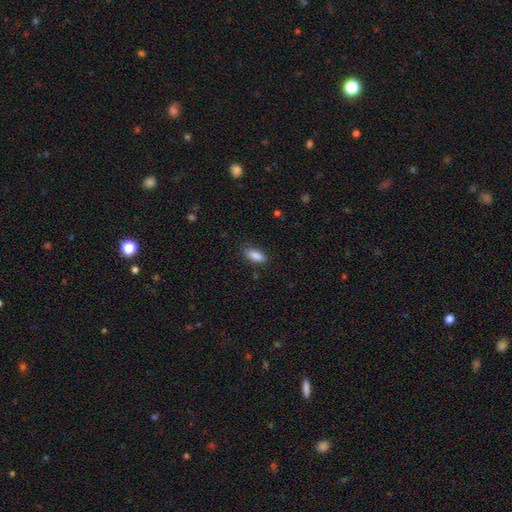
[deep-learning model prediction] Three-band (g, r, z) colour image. It shows a smooth galaxy with no disk features (87%) that is in between round and cigar-shaped (80%). Merging: none (82%).